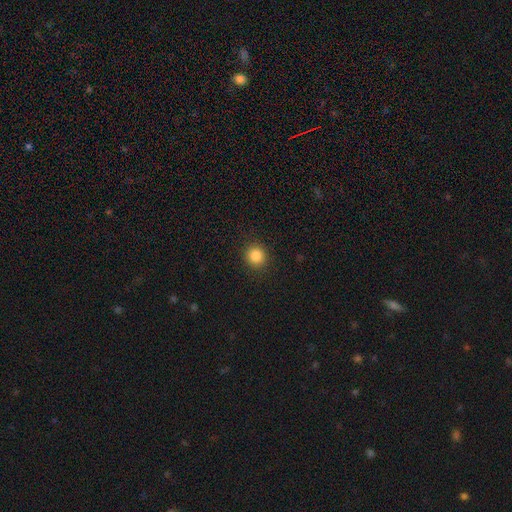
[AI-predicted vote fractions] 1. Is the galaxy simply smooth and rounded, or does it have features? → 85% smooth, 11% star or artifact, 4% featured or disk.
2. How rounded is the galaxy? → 90% round, 9% in between, 1% cigar-shaped.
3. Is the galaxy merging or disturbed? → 91% none, 6% minor disturbance, 2% major disturbance, 1% merger.